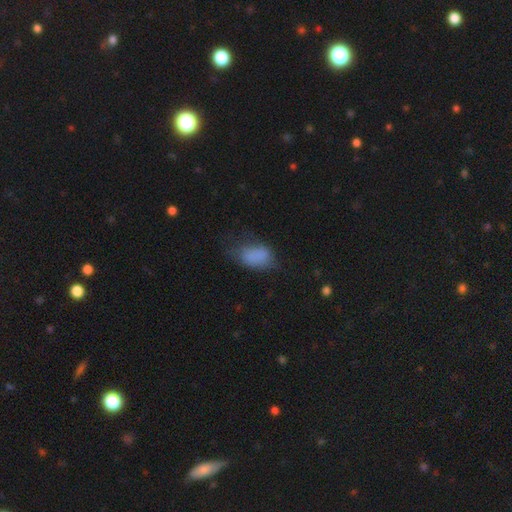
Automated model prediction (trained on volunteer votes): Morphology: type=smooth (78%); roundness=in between (89%); merging=none (40%).